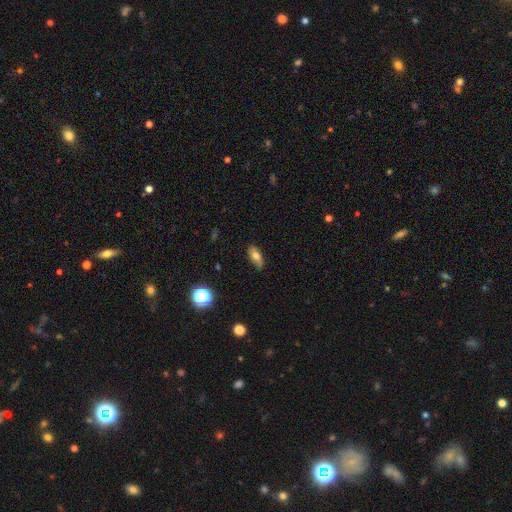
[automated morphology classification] Q: Smooth or featured?
A: smooth (67%); runner-up: featured or disk (23%)
Q: How rounded?
A: in between (80%); runner-up: cigar-shaped (13%)
Q: Merging?
A: none (67%); runner-up: minor disturbance (26%)